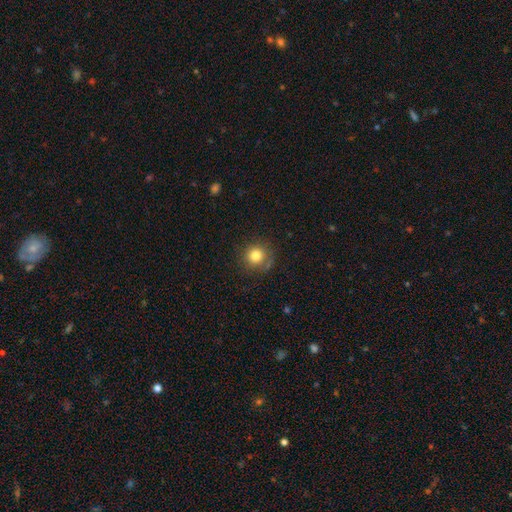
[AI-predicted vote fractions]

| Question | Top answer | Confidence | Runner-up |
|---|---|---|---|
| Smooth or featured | smooth | 80% | star or artifact (11%) |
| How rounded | round | 92% | in between (7%) |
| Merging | none | 78% | minor disturbance (14%) |